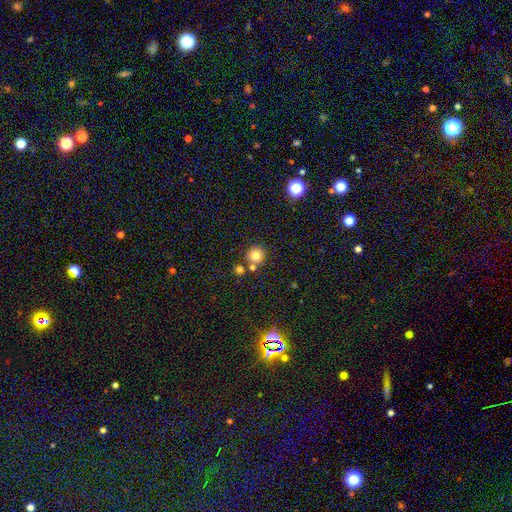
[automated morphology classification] Smooth or featured? smooth (79%)
How rounded? round (94%)
Merging? none (76%)